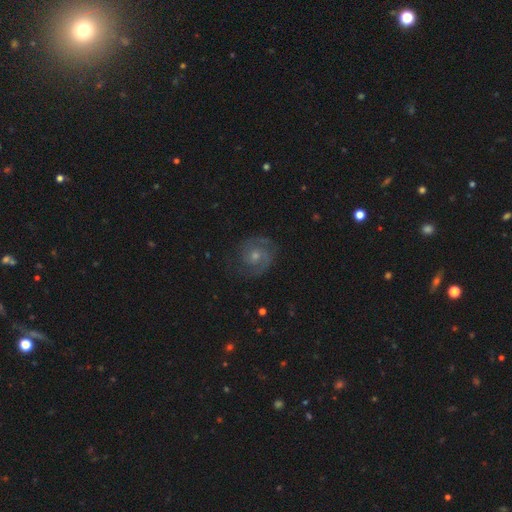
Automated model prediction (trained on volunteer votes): featured or disk 80%, smooth 12%, star or artifact 8%. Down the decision tree: edge-on disk — no (98%); bar — no (71%); spiral arms — yes (95%); spiral arm count — 2 (75%); spiral winding — medium (45%, tied with tight); bulge size — small (50%); merging — none (76%).